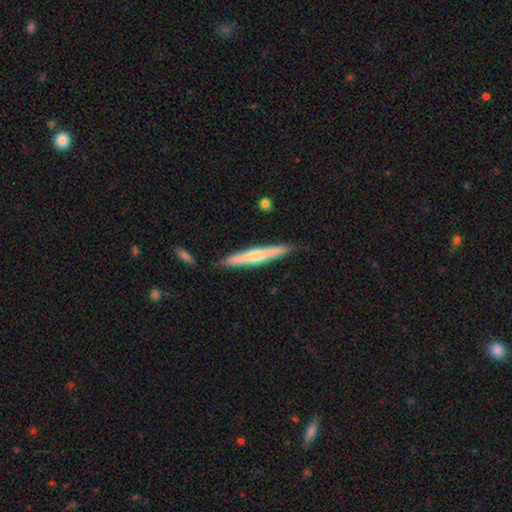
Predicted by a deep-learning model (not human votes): A smooth galaxy with no disk features (48%). Merging: none (88%).